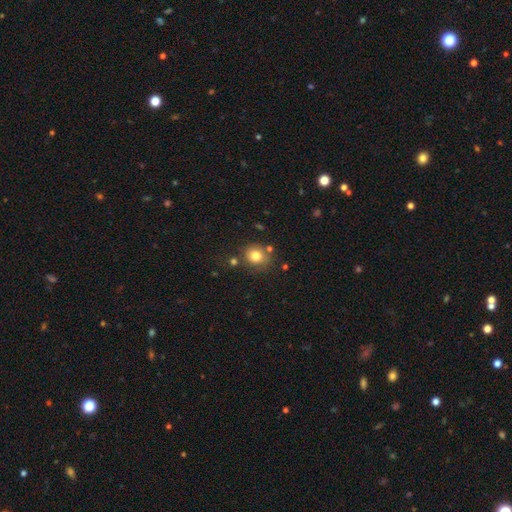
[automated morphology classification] Smooth or featured? smooth (80%)
How rounded? round (79%)
Merging? none (75%)